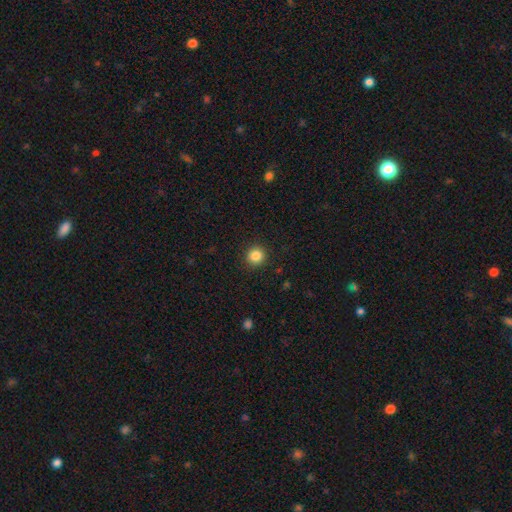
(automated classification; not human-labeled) This is clearly a smooth galaxy (85%). How rounded: clearly round (93%). Merging: clearly none (91%).